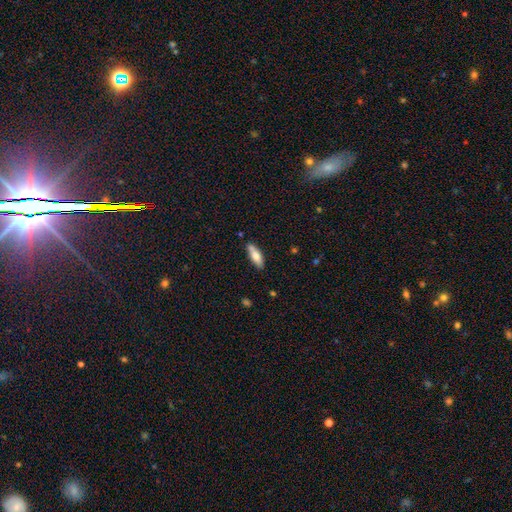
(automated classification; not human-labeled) Overall: smooth (73%). How rounded: in between (59%; cigar-shaped 39%). Merging: none (72%).